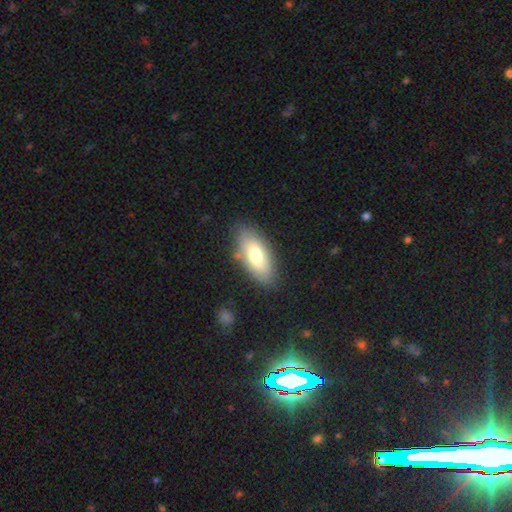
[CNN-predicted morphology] This appears to be a smooth galaxy with no disk features (74%) that is in between round and cigar-shaped (87%). Merging: none (81%).